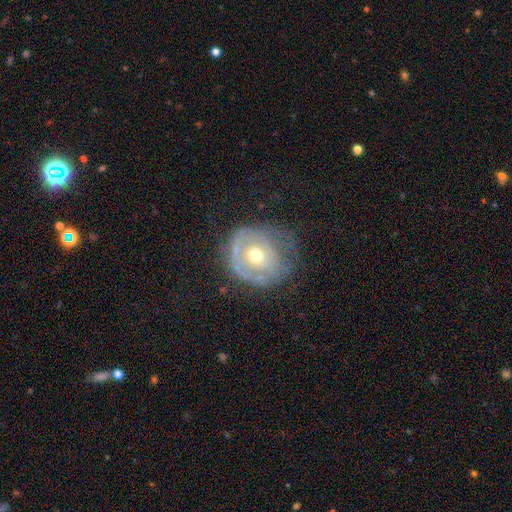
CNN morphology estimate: This is possibly a featured or disk galaxy (57%). It is clearly not viewed edge-on (95%). Bar: clearly no (85%). Spiral arm pattern: possibly no (59%). Central bulge: likely moderate (66%). Merging: possibly none (47%).